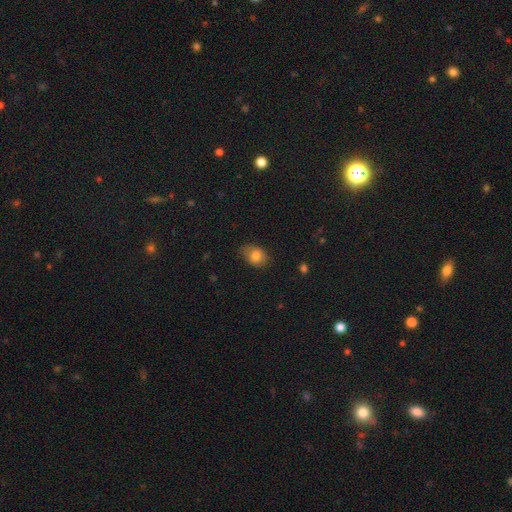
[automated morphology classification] smooth 81%, featured or disk 10%, star or artifact 9%. Down the decision tree: how rounded — in between (69%); merging — none (71%).